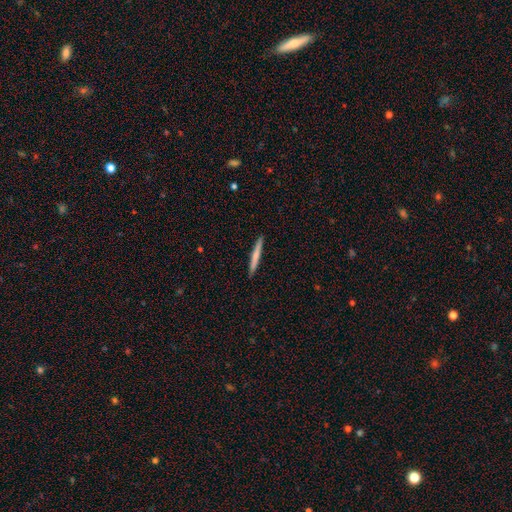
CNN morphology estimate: Smooth or featured? Predicted: smooth (p=0.63). How rounded? Predicted: cigar-shaped (p=0.97). Merging? Predicted: none (p=0.92).